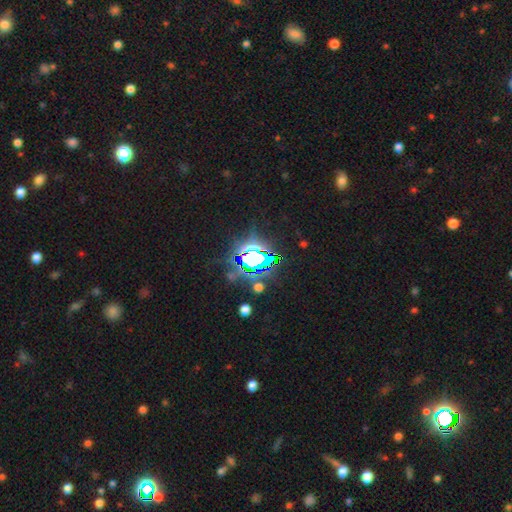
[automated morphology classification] This appears to be a star or artifact, not a galaxy (76%).